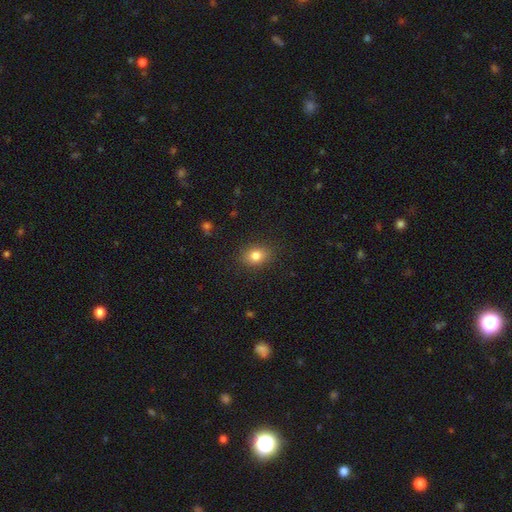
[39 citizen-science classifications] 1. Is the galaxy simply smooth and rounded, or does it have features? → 85% smooth, 13% featured or disk, 3% star or artifact.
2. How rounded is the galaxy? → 76% in between, 24% round, 0% cigar-shaped.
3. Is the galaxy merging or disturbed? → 92% none, 8% minor disturbance, 0% major disturbance, 0% merger.